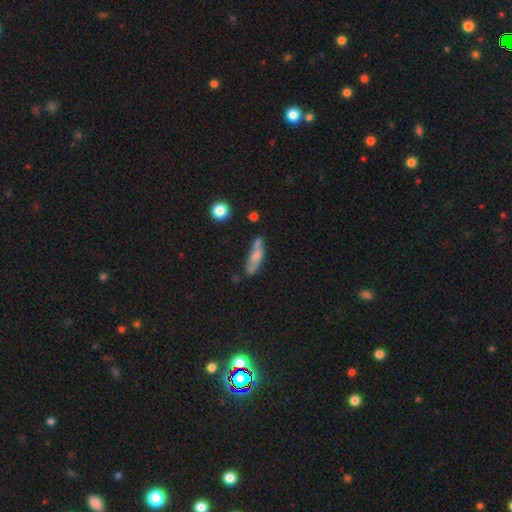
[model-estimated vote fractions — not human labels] Overall: smooth (61%; featured or disk 31%). How rounded: cigar-shaped (61%; in between 36%). Merging: none (53%; minor disturbance 25%).